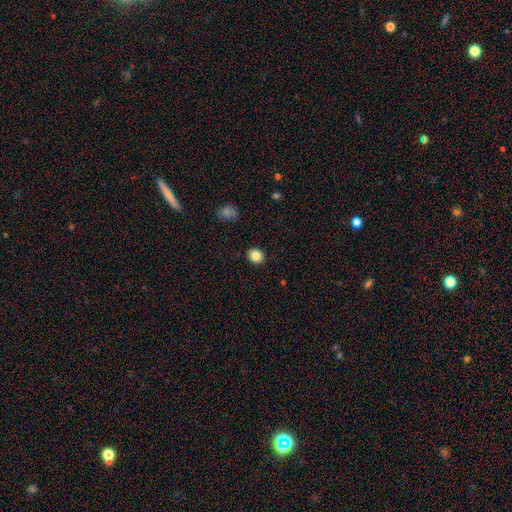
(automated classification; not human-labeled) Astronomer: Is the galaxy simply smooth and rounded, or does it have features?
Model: smooth — 85%.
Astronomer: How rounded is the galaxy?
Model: round — 64%.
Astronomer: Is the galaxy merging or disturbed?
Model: none — 90%.